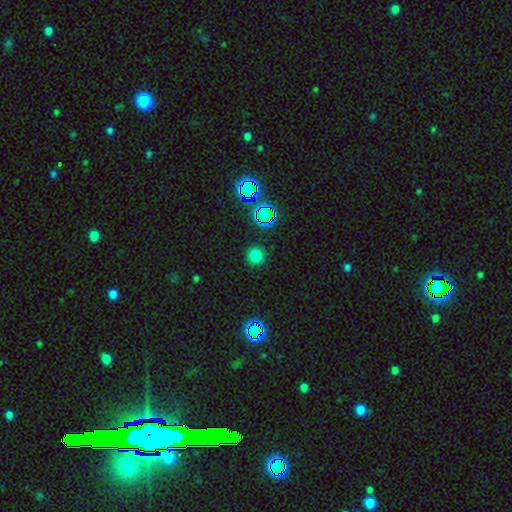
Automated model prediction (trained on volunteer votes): The model was most divided on "smooth or featured": smooth: 75%, star or artifact: 20%, featured or disk: 5%. More confident: how rounded — round (93%); merging — none (90%).